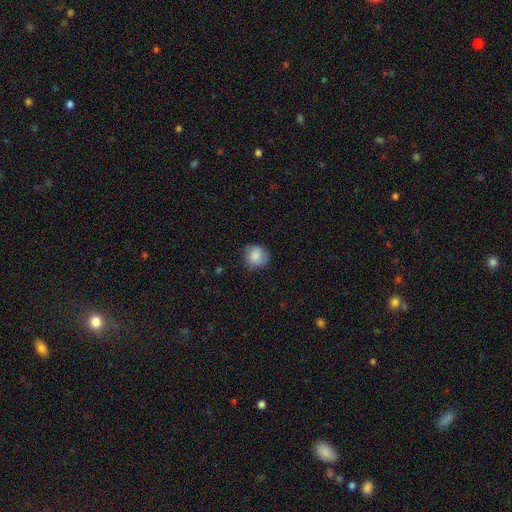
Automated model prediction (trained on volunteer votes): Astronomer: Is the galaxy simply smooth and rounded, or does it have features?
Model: smooth — 86%.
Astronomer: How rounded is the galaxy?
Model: round — 84%.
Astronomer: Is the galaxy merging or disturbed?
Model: none — 78%.